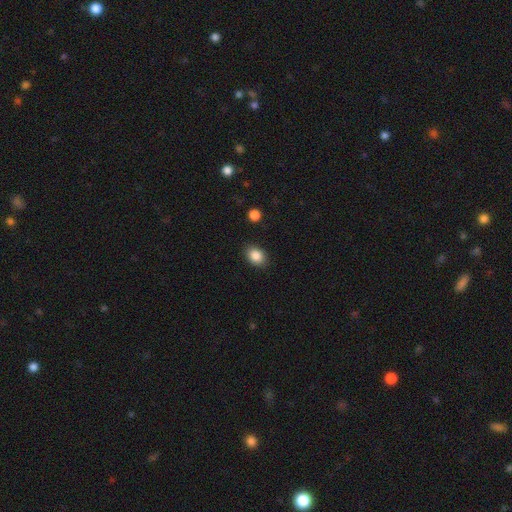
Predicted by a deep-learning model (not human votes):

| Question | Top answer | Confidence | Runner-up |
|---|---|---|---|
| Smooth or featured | smooth | 87% | star or artifact (9%) |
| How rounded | in between | 68% | round (31%) |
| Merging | none | 87% | minor disturbance (9%) |